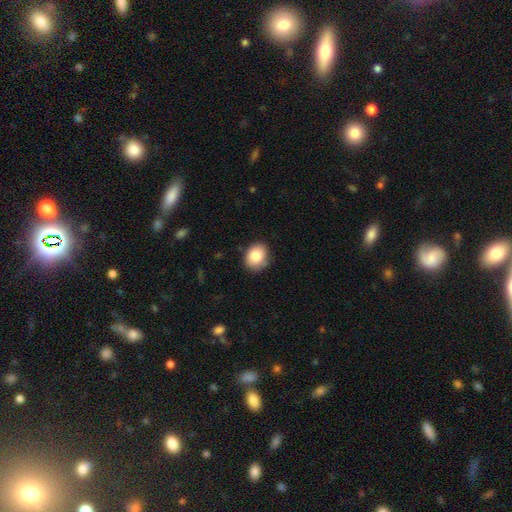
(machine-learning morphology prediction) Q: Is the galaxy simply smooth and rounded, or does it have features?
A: smooth — 84%.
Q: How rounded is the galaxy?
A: round — 53%.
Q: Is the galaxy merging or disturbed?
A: none — 78%.